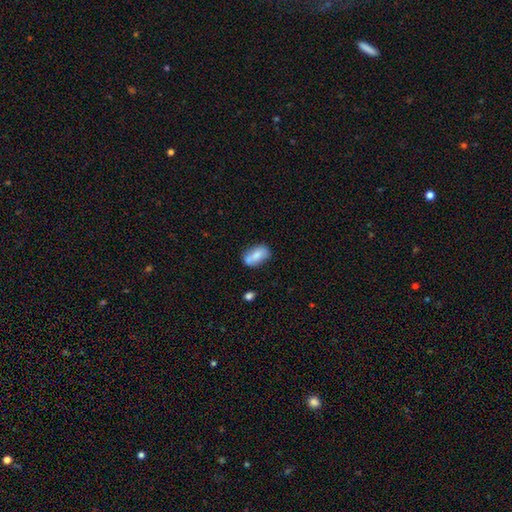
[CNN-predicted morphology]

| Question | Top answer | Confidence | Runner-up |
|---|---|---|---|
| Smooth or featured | smooth | 74% | featured or disk (19%) |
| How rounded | in between | 89% | round (6%) |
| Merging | none | 57% | minor disturbance (20%) |